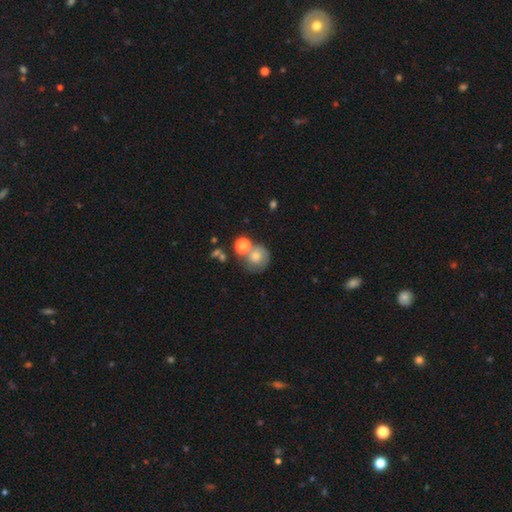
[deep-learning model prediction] Morphology: type=smooth (72%); roundness=round (84%); merging=none (46%).